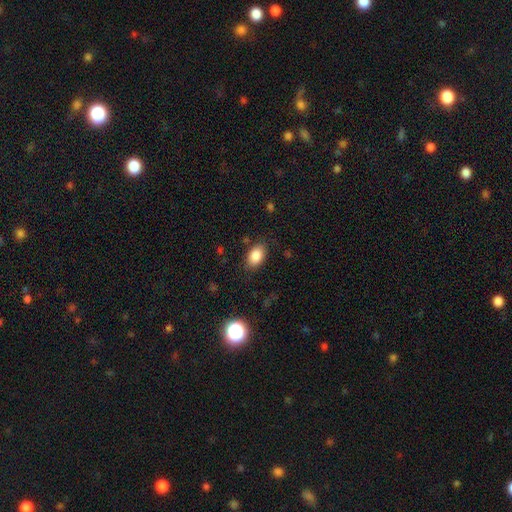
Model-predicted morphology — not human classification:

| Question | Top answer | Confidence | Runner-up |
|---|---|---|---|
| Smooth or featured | smooth | 86% | star or artifact (9%) |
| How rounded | in between | 88% | round (11%) |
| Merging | none | 83% | minor disturbance (12%) |